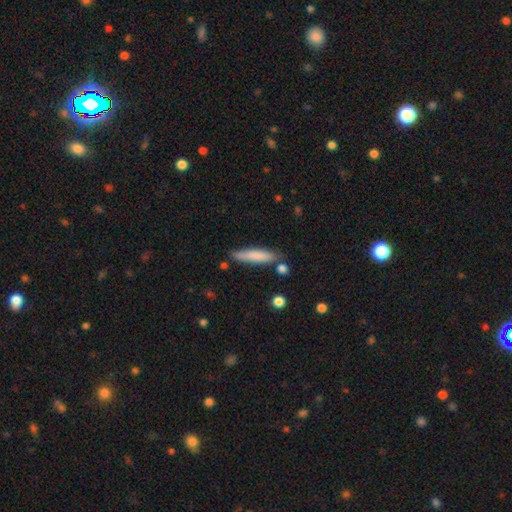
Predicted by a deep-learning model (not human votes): A smooth galaxy with no disk features (77%) that is cigar-shaped (86%).

Vote fractions:
- Smooth or featured? smooth: 77% / featured or disk: 17% / star or artifact: 6%
- How rounded? cigar-shaped: 86% / in between: 13% / round: 1%
- Merging? none: 78% / minor disturbance: 14% / merger: 5% / major disturbance: 3%